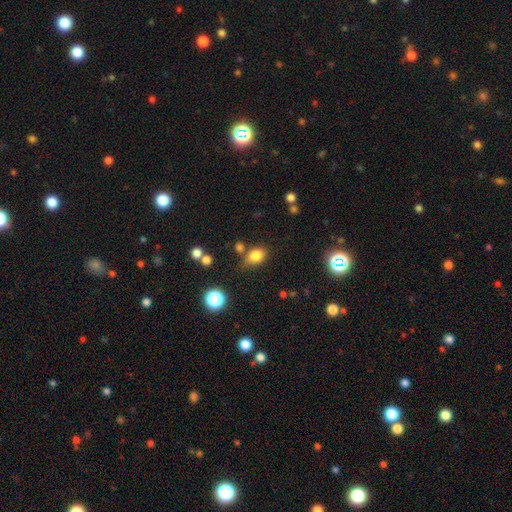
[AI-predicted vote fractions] Smooth or featured? smooth (82%)
How rounded? in between (67%)
Merging? none (67%)